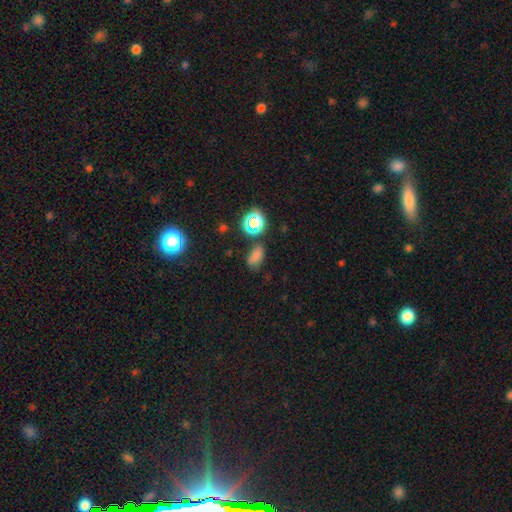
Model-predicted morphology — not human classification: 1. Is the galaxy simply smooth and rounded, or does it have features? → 67% smooth, 26% star or artifact, 7% featured or disk.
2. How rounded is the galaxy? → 83% in between, 14% round, 3% cigar-shaped.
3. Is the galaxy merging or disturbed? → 66% none, 20% minor disturbance, 7% major disturbance, 6% merger.